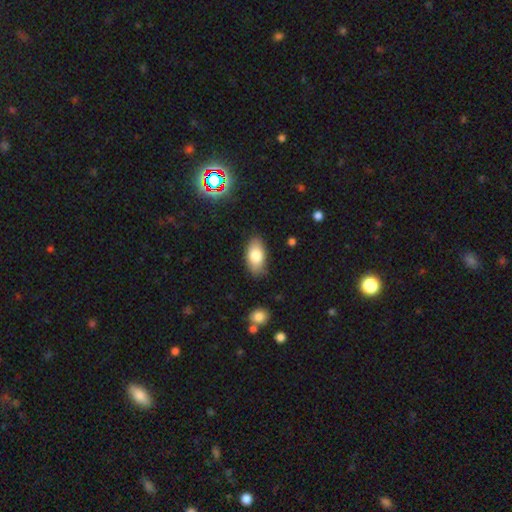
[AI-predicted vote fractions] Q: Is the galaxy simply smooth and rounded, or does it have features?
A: smooth — 78%.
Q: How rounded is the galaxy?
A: in between — 93%.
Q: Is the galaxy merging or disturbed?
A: none — 84%.